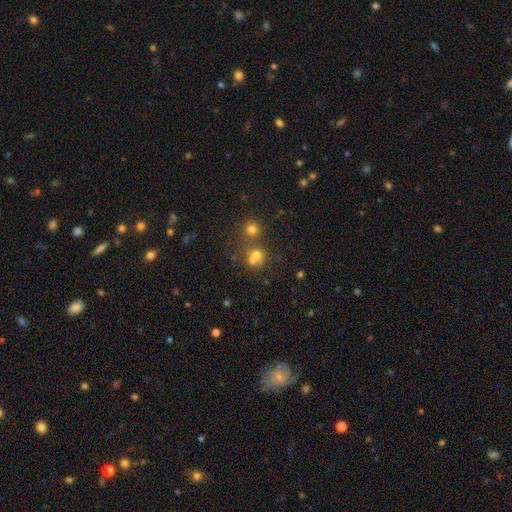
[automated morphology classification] This is likely a smooth galaxy (64%). How rounded: likely round (78%). Merging: possibly merger (47%).